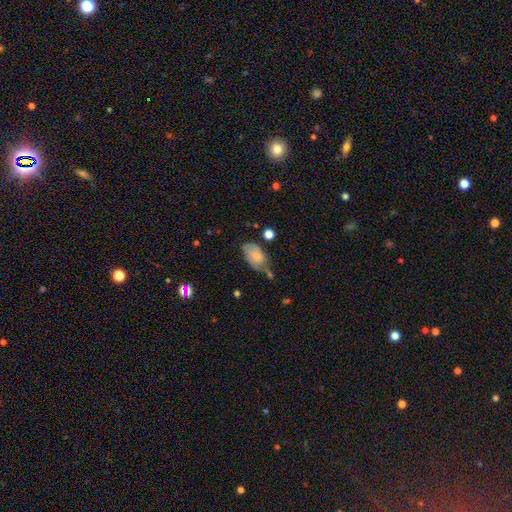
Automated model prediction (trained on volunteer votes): This appears to be a smooth galaxy with no disk features (69%) that is in between round and cigar-shaped (91%). Merging: none (42%).